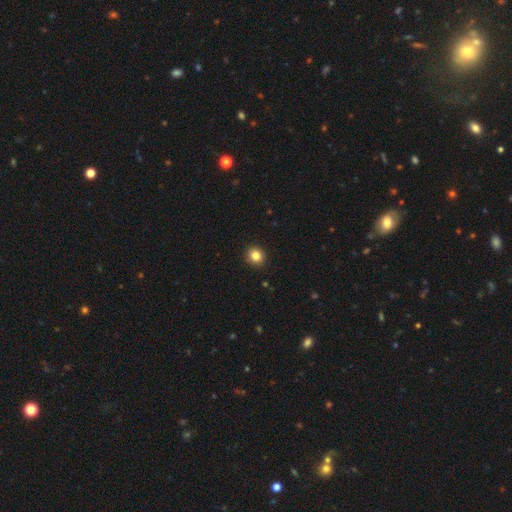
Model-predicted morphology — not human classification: This appears to be a smooth galaxy with no disk features (85%) that is round (86%). Merging: none (93%).